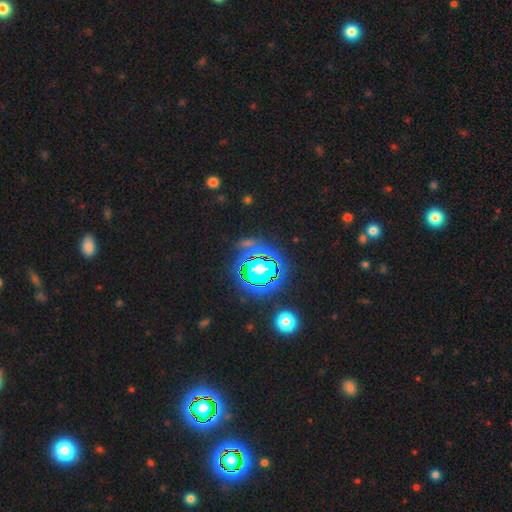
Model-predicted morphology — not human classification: smooth_or_featured: star or artifact (p=0.81) [alt: smooth p=0.12]